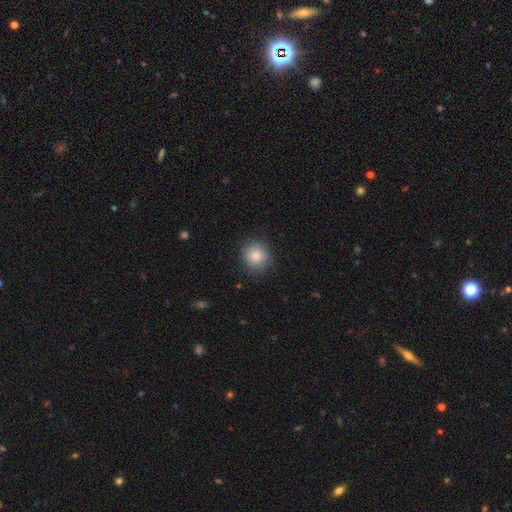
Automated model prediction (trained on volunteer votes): smooth_or_featured: smooth (p=0.82) [alt: featured or disk p=0.09]
how_rounded: round (p=0.89) [alt: in between p=0.10]
merging: none (p=0.86) [alt: minor disturbance p=0.10]